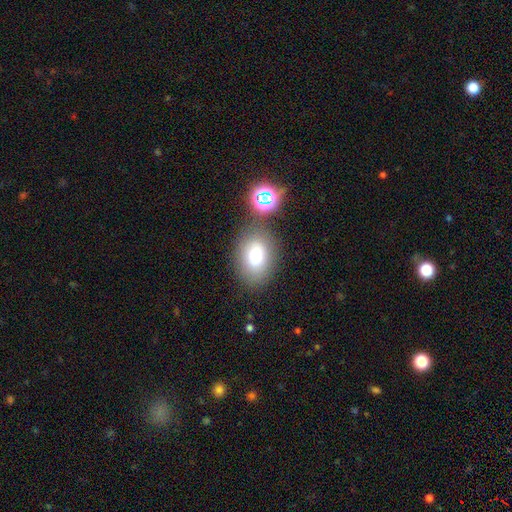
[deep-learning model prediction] Smooth or featured? smooth (78%)
How rounded? in between (77%)
Merging? none (72%)